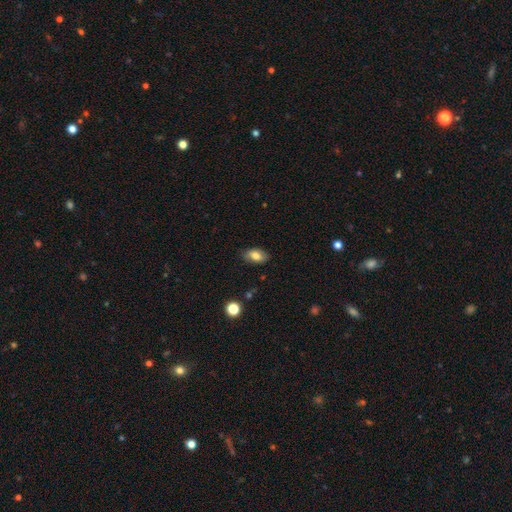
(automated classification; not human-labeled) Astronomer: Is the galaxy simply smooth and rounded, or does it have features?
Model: smooth — 78%.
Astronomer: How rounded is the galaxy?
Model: in between — 92%.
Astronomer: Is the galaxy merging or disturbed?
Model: none — 84%.